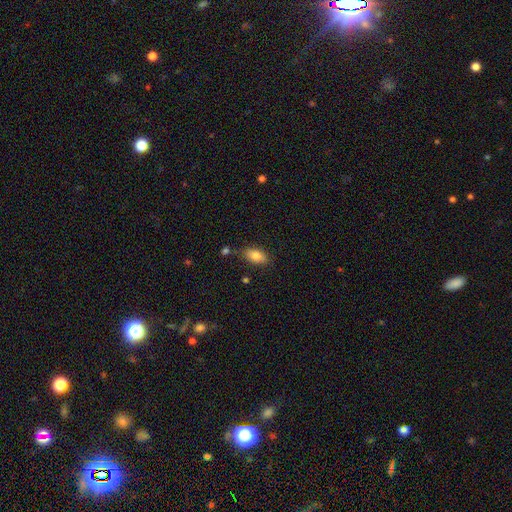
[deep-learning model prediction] Q: Smooth or featured?
A: smooth (81%); runner-up: featured or disk (11%)
Q: How rounded?
A: in between (91%); runner-up: round (6%)
Q: Merging?
A: none (79%); runner-up: minor disturbance (14%)